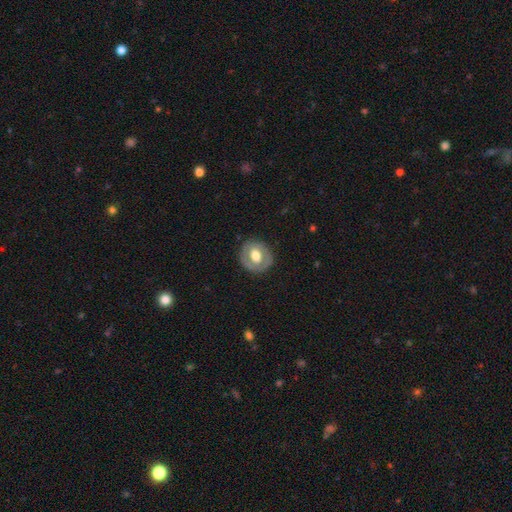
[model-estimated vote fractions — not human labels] smooth_or_featured: featured or disk (p=0.51) [alt: smooth p=0.43]
disk_edge_on: no (p=0.95) [alt: yes p=0.05]
merging: none (p=0.82) [alt: minor disturbance p=0.13]